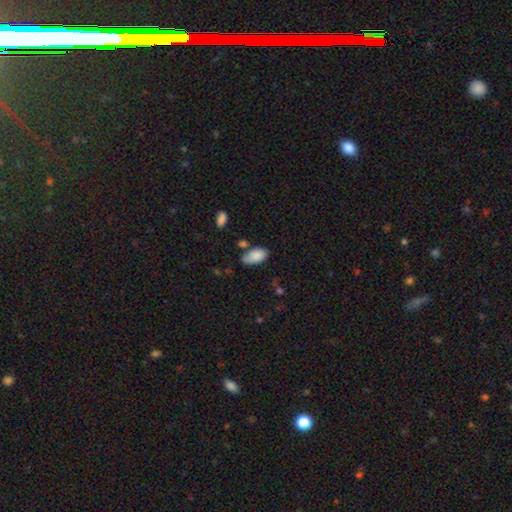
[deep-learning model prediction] Smooth or featured? smooth (87%)
How rounded? in between (94%)
Merging? none (64%)